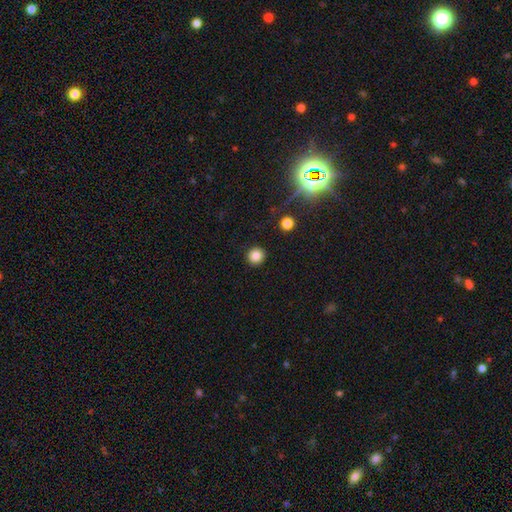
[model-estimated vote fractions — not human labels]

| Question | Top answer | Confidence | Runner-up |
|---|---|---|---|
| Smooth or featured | smooth | 85% | star or artifact (11%) |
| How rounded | round | 95% | in between (4%) |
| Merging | none | 92% | minor disturbance (4%) |